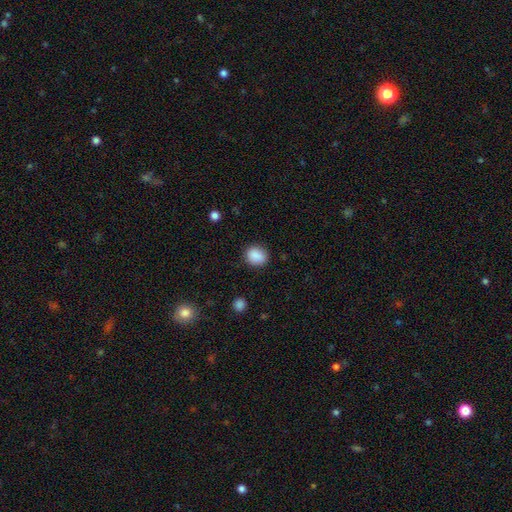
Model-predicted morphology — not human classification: Smooth or featured?
  - smooth: 88% *
  - star or artifact: 8%
  - featured or disk: 3%
How rounded?
  - round: 62% *
  - in between: 37%
  - cigar-shaped: 1%
Merging?
  - none: 85% *
  - minor disturbance: 11%
  - major disturbance: 3%
  - merger: 1%